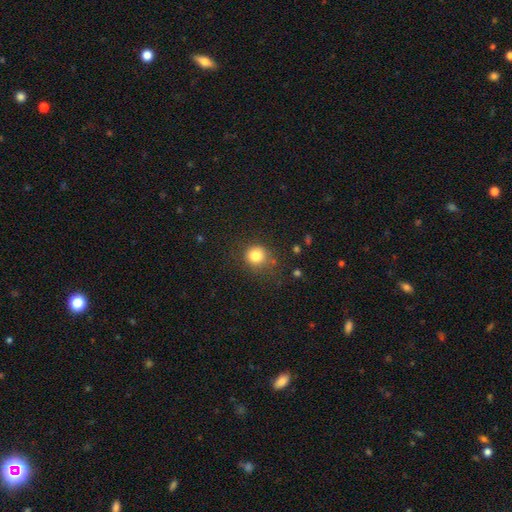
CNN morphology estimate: Q: Smooth or featured?
A: smooth (82%); runner-up: star or artifact (12%)
Q: How rounded?
A: round (88%); runner-up: in between (11%)
Q: Merging?
A: none (77%); runner-up: minor disturbance (15%)